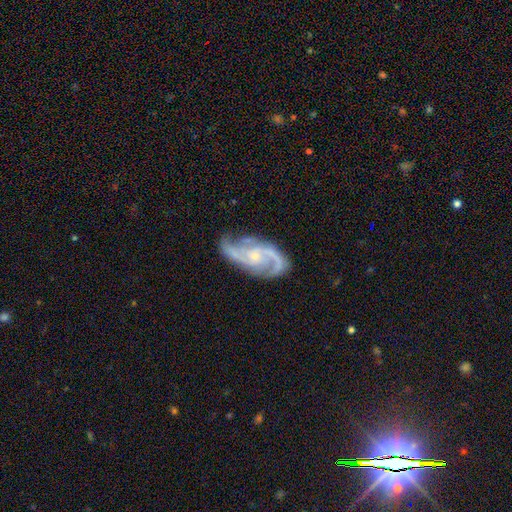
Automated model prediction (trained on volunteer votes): This appears to be a featured or disk galaxy (90%) with no bar (59%), 2 (73%) medium (54%) spiral arms (98%) and a small central bulge (66%). Merging: none (69%).